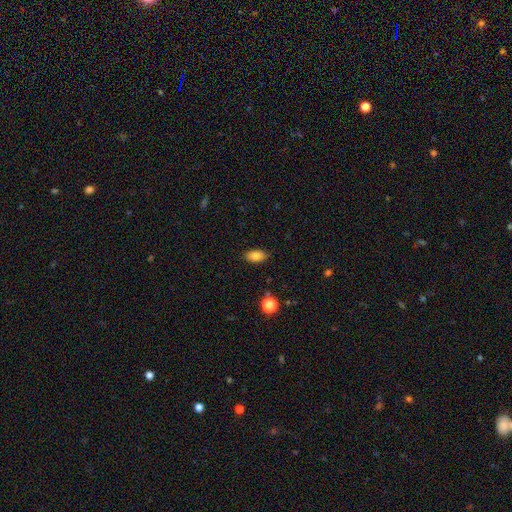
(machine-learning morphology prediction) Smooth or featured? Predicted: smooth (p=0.81). How rounded? Predicted: in between (p=0.90). Merging? Predicted: none (p=0.86).